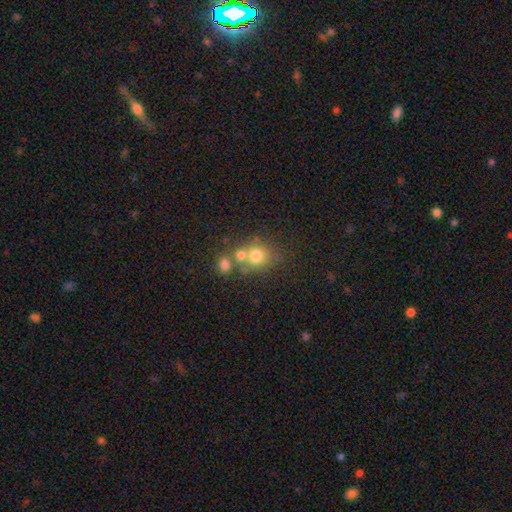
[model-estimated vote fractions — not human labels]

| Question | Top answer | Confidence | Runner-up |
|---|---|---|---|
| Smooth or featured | smooth | 72% | featured or disk (14%) |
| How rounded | round | 79% | in between (20%) |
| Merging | none | 49% | merger (38%) |